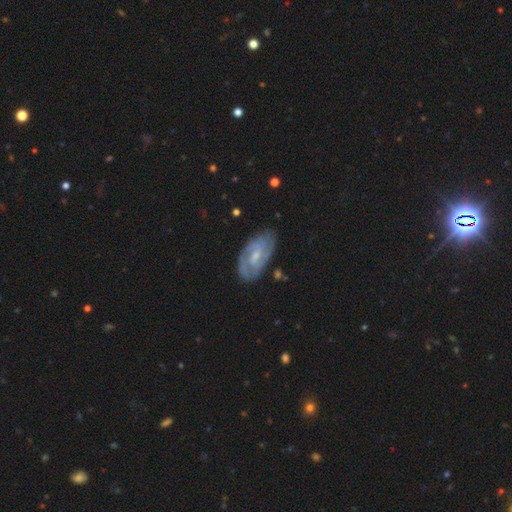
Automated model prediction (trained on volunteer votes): Smooth or featured? featured or disk (70%)
Edge-on disk? no (94%)
Bar? weak (52%)
Spiral arms? yes (81%)
Spiral winding? tight (52%)
Spiral arm count? 2 (42%)
Bulge size? small (51%)
Merging? none (72%)